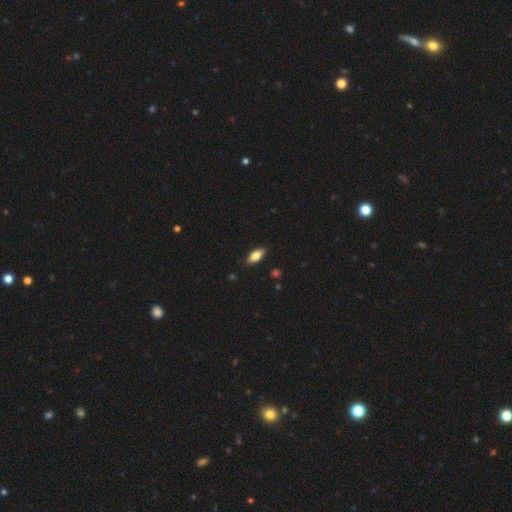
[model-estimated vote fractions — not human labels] Morphology: type=smooth (75%); roundness=in between (84%); merging=none (87%).